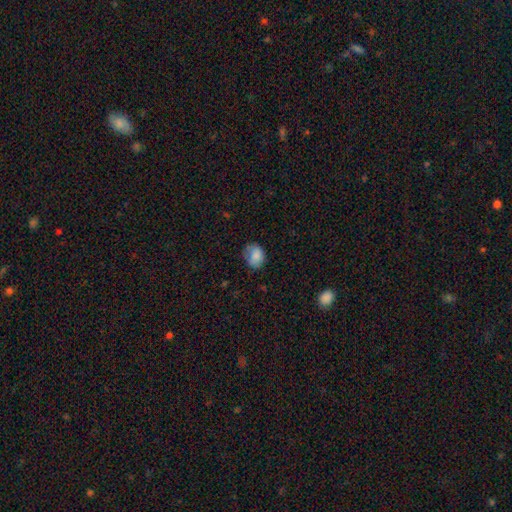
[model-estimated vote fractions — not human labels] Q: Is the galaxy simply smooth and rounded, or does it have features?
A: smooth — 82%.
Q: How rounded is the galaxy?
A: in between — 51%.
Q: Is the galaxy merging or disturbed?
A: none — 61%.